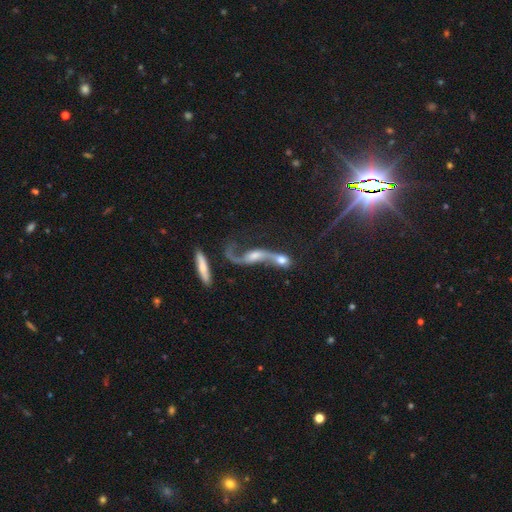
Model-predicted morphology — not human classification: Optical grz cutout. It shows a featured or disk galaxy (73%) with no bar (59%), spiral arms (83%) and a moderate central bulge (40%). Merging: merger (47%).